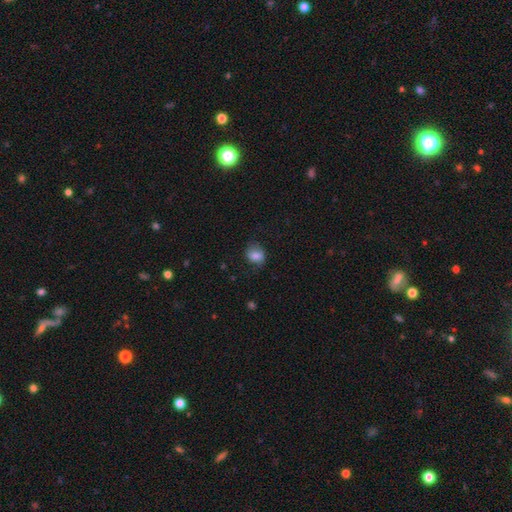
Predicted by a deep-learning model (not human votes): Overall: smooth (76%). How rounded: in between (52%; round 46%). Merging: none (66%).